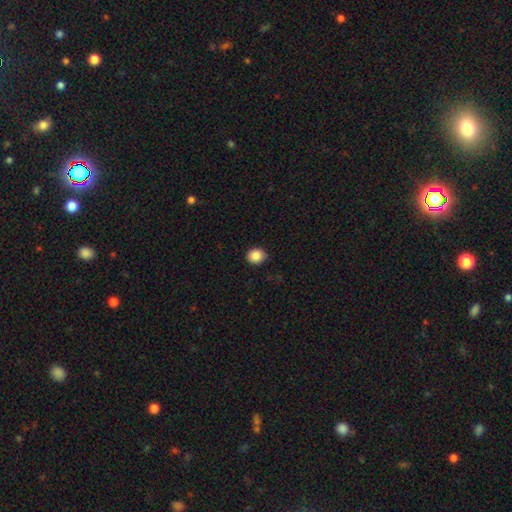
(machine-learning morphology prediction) Q: Smooth or featured?
A: smooth (88%); runner-up: star or artifact (9%)
Q: How rounded?
A: round (75%); runner-up: in between (24%)
Q: Merging?
A: none (89%); runner-up: minor disturbance (8%)